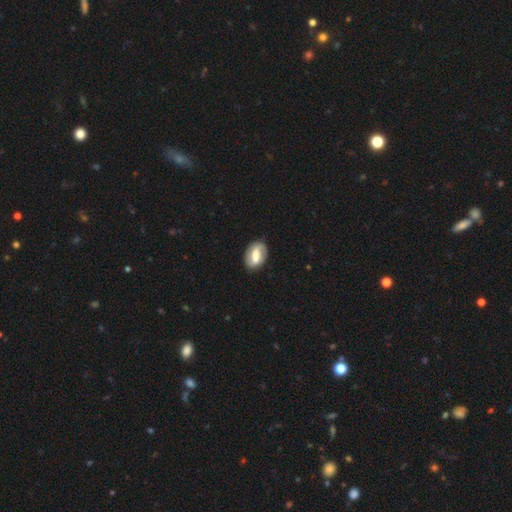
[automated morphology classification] Smooth or featured? Predicted: featured or disk (p=0.57). Edge-on disk? Predicted: no (p=0.95). Bar? Predicted: strong (p=0.45). Spiral arms? Predicted: yes (p=0.74). Bulge size? Predicted: moderate (p=0.43). Merging? Predicted: none (p=0.83).